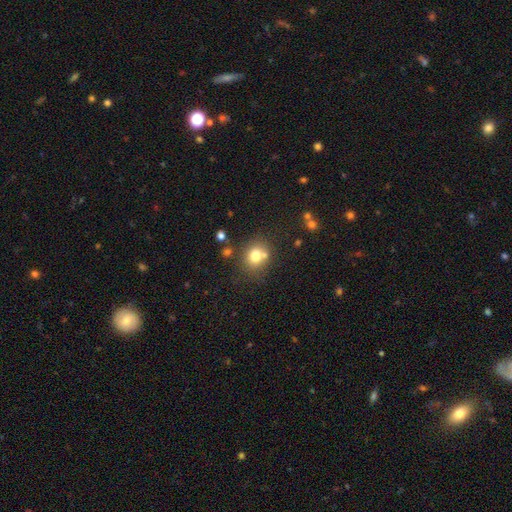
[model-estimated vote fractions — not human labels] Q: Smooth or featured?
A: smooth (75%); runner-up: star or artifact (13%)
Q: How rounded?
A: round (75%); runner-up: in between (24%)
Q: Merging?
A: none (64%); runner-up: merger (19%)